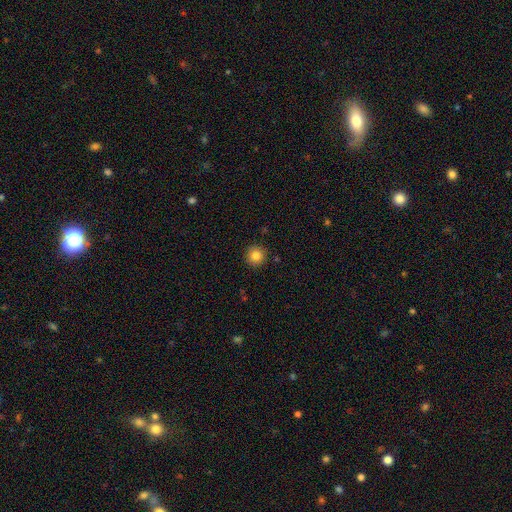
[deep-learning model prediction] A smooth galaxy with no disk features (84%) that is round (94%).

Vote fractions:
- Smooth or featured? smooth: 84% / star or artifact: 10% / featured or disk: 6%
- How rounded? round: 94% / in between: 5% / cigar-shaped: 1%
- Merging? none: 91% / minor disturbance: 6% / major disturbance: 2% / merger: 1%